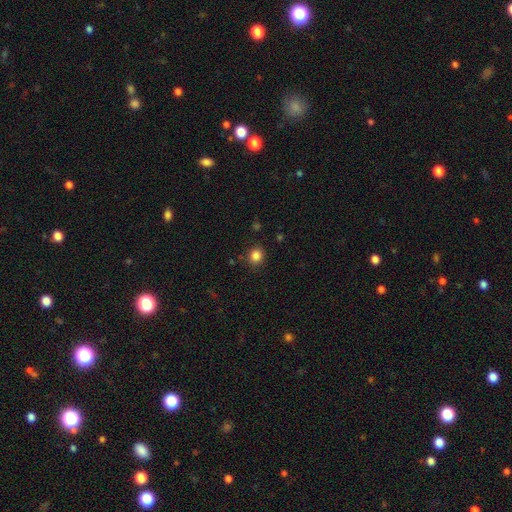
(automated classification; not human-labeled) Q: Smooth or featured?
A: smooth (84%); runner-up: star or artifact (12%)
Q: How rounded?
A: round (81%); runner-up: in between (18%)
Q: Merging?
A: none (87%); runner-up: minor disturbance (8%)